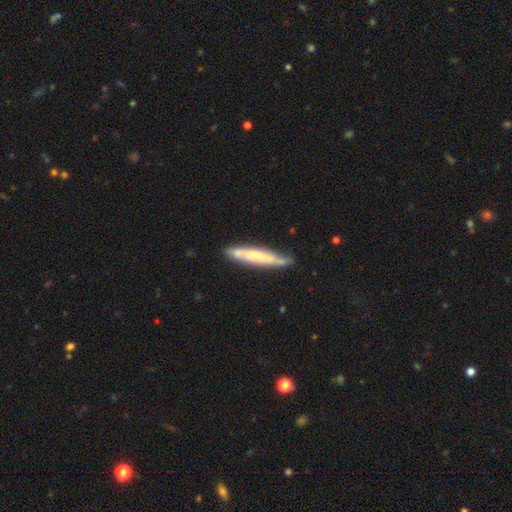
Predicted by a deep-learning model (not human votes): Smooth or featured? Predicted: smooth (p=0.48). Merging? Predicted: none (p=0.72).